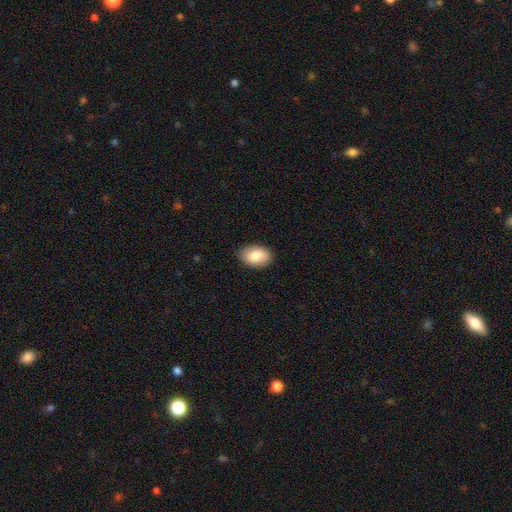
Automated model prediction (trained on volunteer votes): The model was most divided on "smooth or featured": smooth: 85%, featured or disk: 9%, star or artifact: 6%. More confident: how rounded — in between (87%); merging — none (87%).